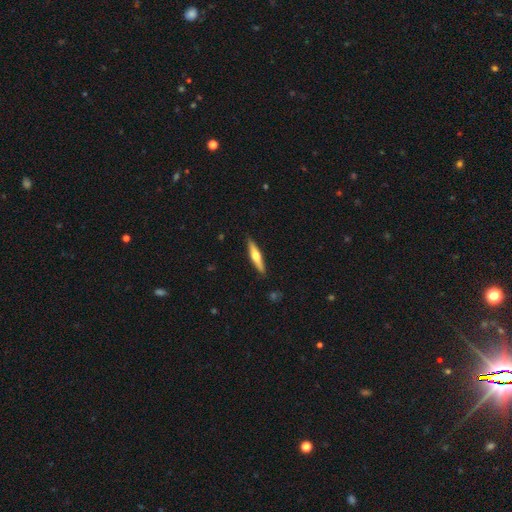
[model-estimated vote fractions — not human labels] Smooth or featured? featured or disk (52%)
Edge-on disk? yes (96%)
Merging? none (90%)